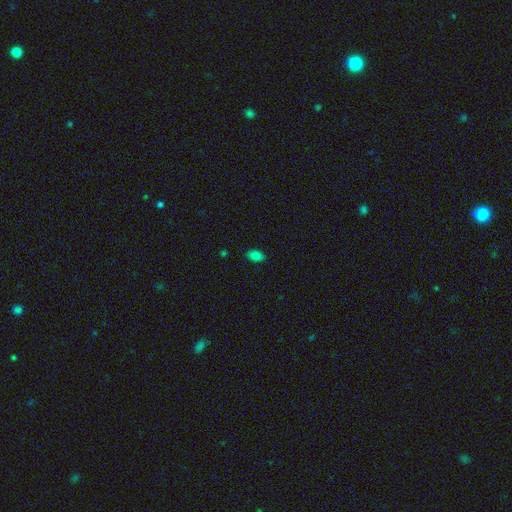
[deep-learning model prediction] Smooth or featured? Predicted: smooth (p=0.82). How rounded? Predicted: in between (p=0.88). Merging? Predicted: none (p=0.87).